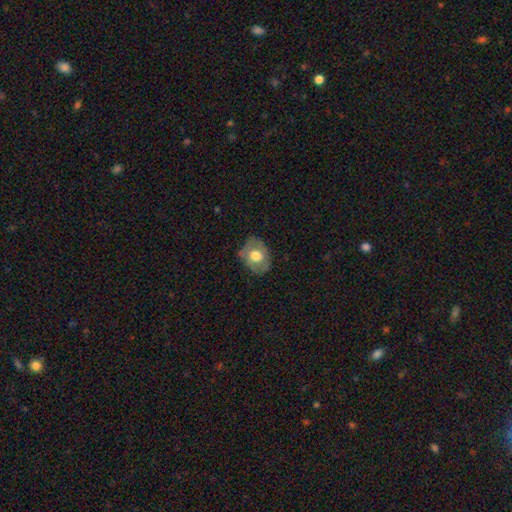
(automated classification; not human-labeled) smooth 58%, featured or disk 35%, star or artifact 7%. Down the decision tree: how rounded — in between (59%); merging — none (69%).